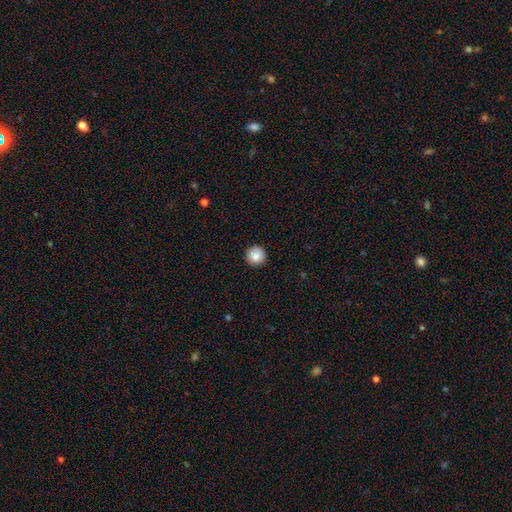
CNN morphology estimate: Smooth or featured? Predicted: smooth (p=0.85). How rounded? Predicted: round (p=0.96). Merging? Predicted: none (p=0.92).